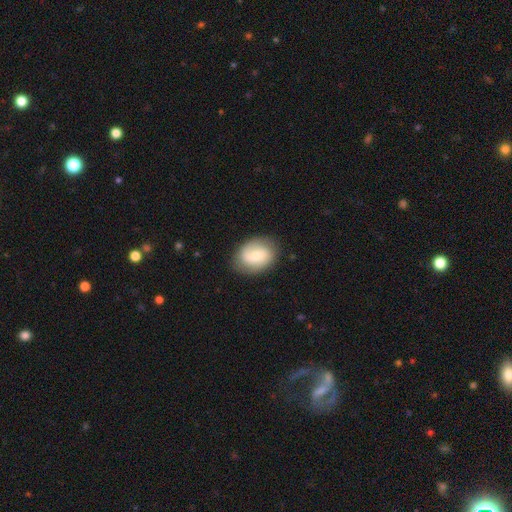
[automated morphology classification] Q: Smooth or featured?
A: featured or disk (50%); runner-up: smooth (43%)
Q: Edge-on disk?
A: no (97%); runner-up: yes (3%)
Q: Merging?
A: none (82%); runner-up: minor disturbance (13%)